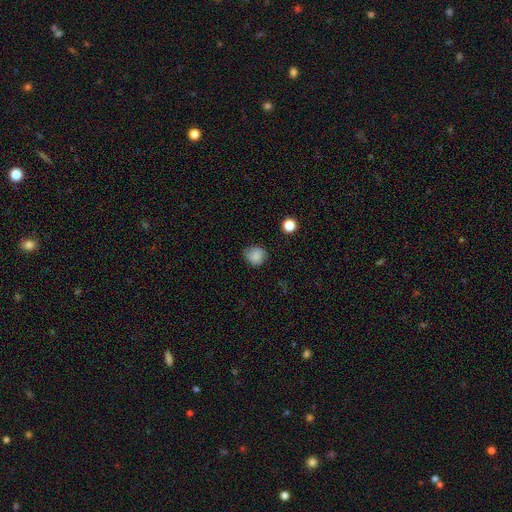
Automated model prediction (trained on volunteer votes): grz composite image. It shows a smooth galaxy with no disk features (83%) that is round (85%). Merging: none (71%).